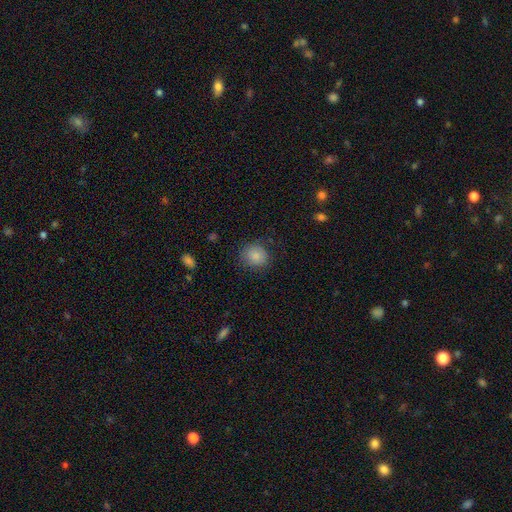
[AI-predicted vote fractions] A smooth galaxy with no disk features (86%) that is round (82%).

Vote fractions:
- Smooth or featured? smooth: 86% / star or artifact: 9% / featured or disk: 5%
- How rounded? round: 82% / in between: 17% / cigar-shaped: 1%
- Merging? none: 82% / minor disturbance: 13% / major disturbance: 4% / merger: 1%